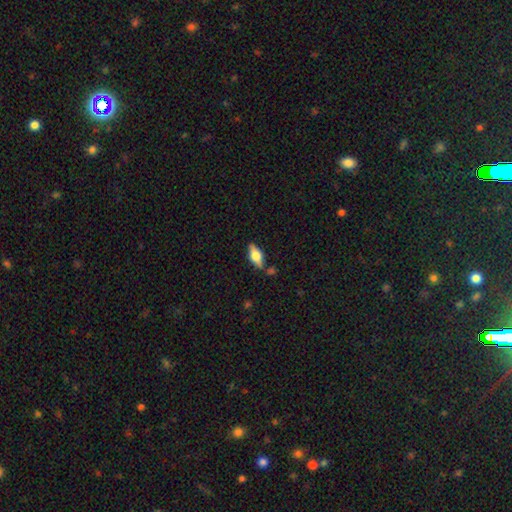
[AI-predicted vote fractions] Smooth or featured? smooth (51%)
How rounded? in between (78%)
Merging? none (77%)